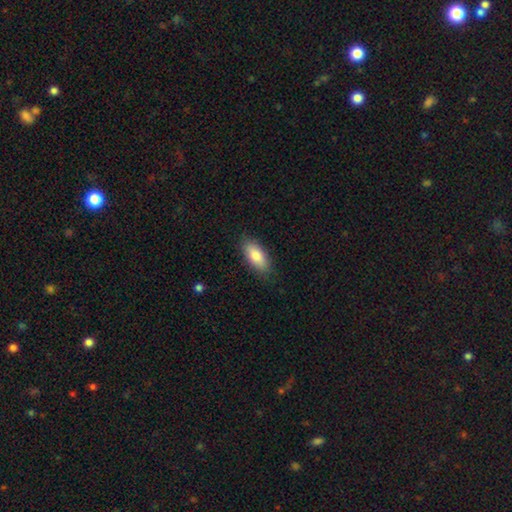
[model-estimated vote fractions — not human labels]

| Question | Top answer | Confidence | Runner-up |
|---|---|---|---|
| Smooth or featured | smooth | 81% | featured or disk (12%) |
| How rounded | in between | 85% | cigar-shaped (12%) |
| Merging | none | 85% | minor disturbance (11%) |